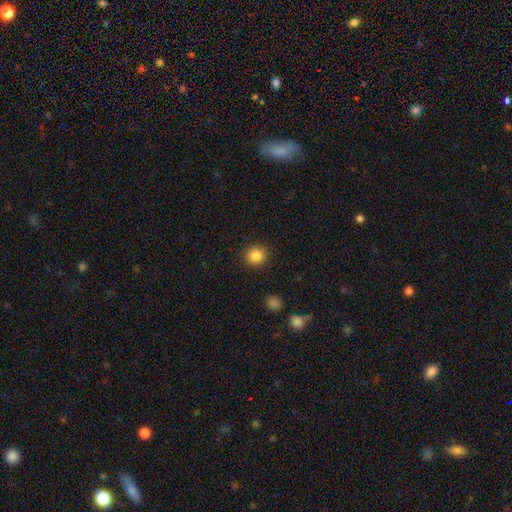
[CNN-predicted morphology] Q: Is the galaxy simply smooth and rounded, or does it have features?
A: smooth — 86%.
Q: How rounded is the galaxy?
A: round — 86%.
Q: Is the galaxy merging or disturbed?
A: none — 91%.